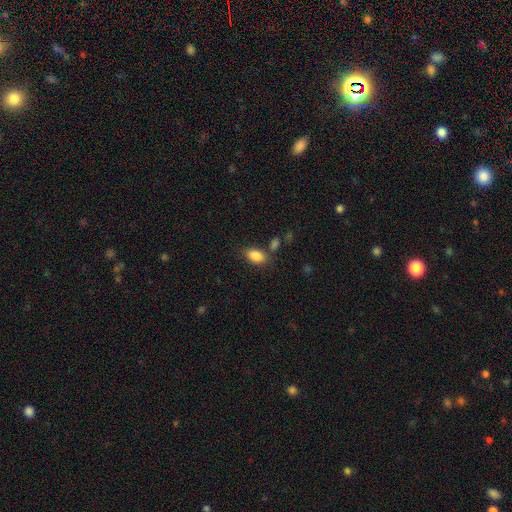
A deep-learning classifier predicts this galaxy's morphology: Smooth or featured? smooth (87%)
How rounded? in between (89%)
Merging? none (71%)